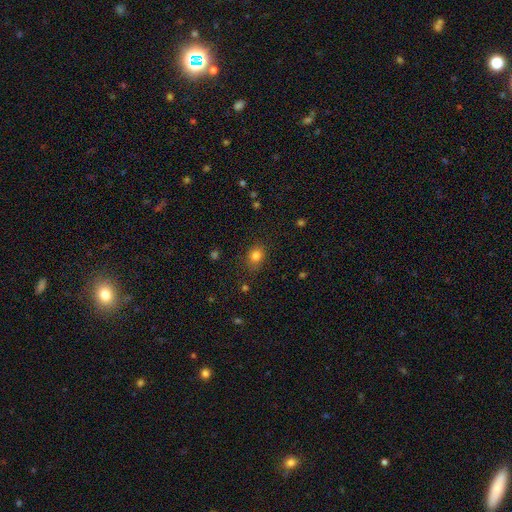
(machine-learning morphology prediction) smooth_or_featured: smooth (p=0.82) [alt: star or artifact p=0.12]
how_rounded: round (p=0.52) [alt: in between p=0.47]
merging: none (p=0.82) [alt: minor disturbance p=0.13]